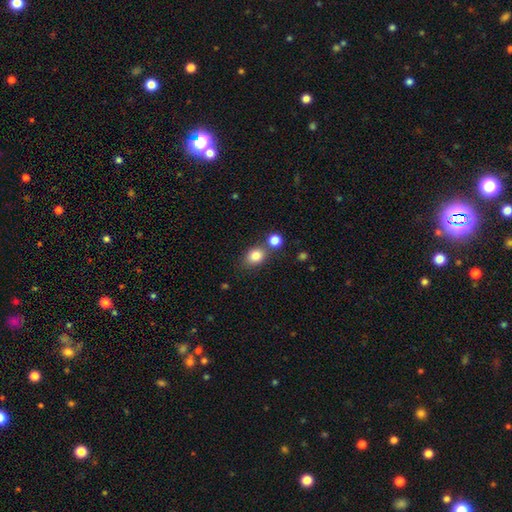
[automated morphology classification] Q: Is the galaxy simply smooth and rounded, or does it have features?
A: smooth — 83%.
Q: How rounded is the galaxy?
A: in between — 54%.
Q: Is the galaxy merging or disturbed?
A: none — 61%.